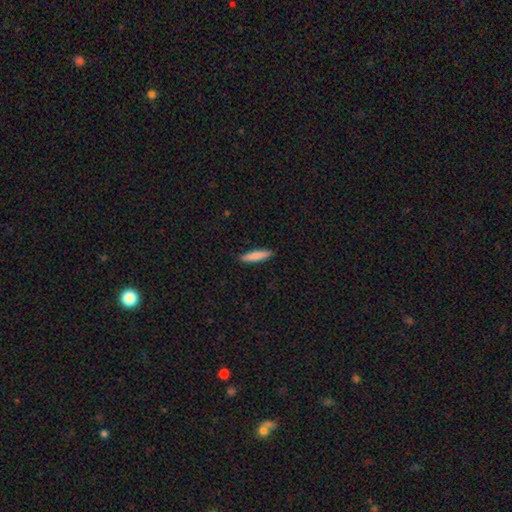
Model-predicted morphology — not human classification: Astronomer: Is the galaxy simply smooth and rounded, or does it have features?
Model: smooth — 81%.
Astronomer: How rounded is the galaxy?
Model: cigar-shaped — 83%.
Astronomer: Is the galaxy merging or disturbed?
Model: none — 91%.